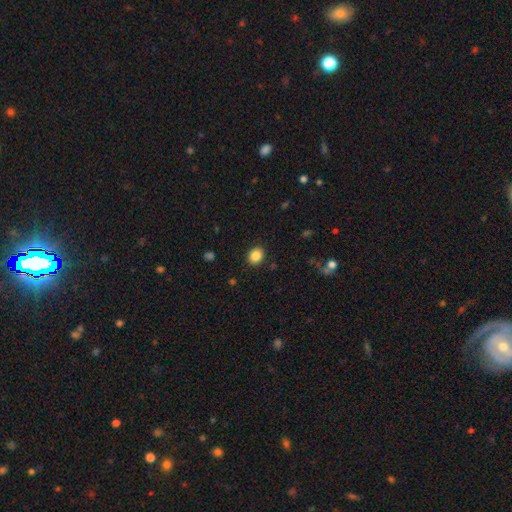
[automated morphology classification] smooth-or-featured: smooth: 87% | star or artifact: 10% | featured or disk: 4%
  how-rounded: round: 66% | in between: 33% | cigar-shaped: 1%
  merging: none: 90% | minor disturbance: 7% | major disturbance: 2% | merger: 1%